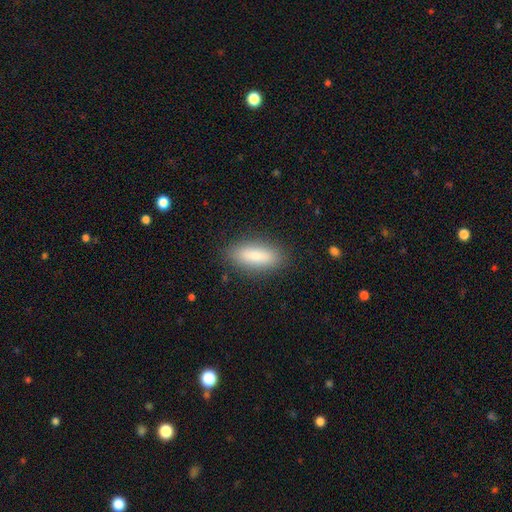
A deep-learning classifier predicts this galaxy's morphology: Smooth or featured: smooth — 79% (featured or disk — 14%)
How rounded: in between — 68% (cigar-shaped — 30%)
Merging: none — 86% (minor disturbance — 10%)